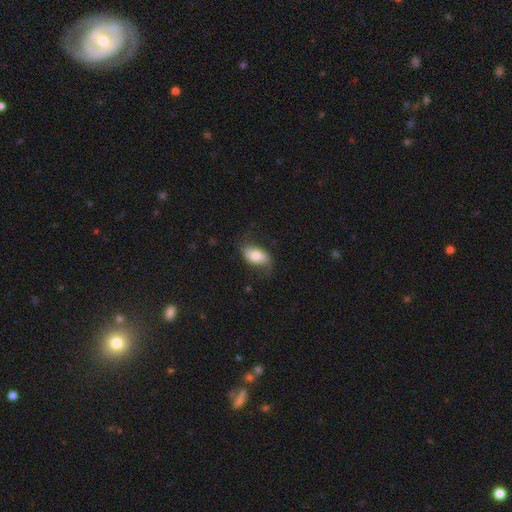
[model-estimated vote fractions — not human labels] Smooth or featured?
  - smooth: 66% *
  - featured or disk: 27%
  - star or artifact: 7%
How rounded?
  - in between: 90% *
  - round: 8%
  - cigar-shaped: 2%
Merging?
  - none: 66% *
  - minor disturbance: 23%
  - major disturbance: 10%
  - merger: 1%